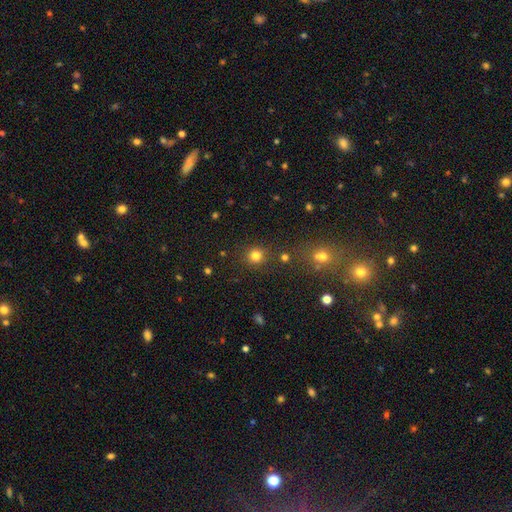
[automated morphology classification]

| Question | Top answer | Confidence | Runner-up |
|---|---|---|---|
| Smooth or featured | smooth | 80% | star or artifact (15%) |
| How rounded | round | 90% | in between (9%) |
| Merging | none | 83% | minor disturbance (8%) |